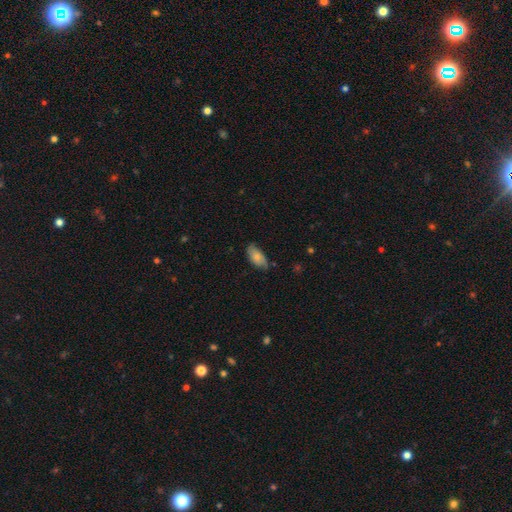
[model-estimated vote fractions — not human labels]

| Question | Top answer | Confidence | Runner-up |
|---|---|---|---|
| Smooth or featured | smooth | 74% | featured or disk (19%) |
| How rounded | in between | 92% | cigar-shaped (6%) |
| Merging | none | 74% | minor disturbance (21%) |